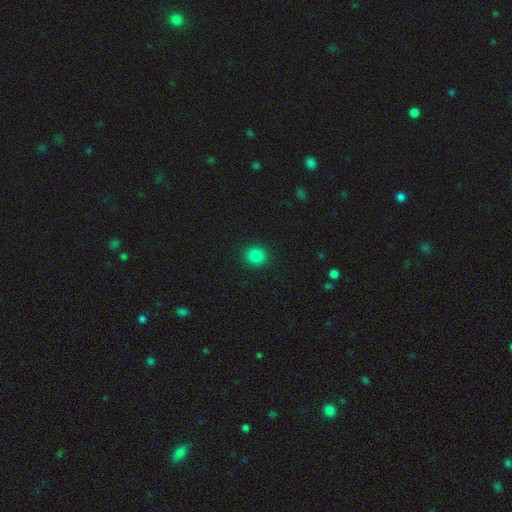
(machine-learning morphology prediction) smooth_or_featured: smooth (p=0.85) [alt: star or artifact p=0.12]
how_rounded: round (p=0.88) [alt: in between p=0.11]
merging: none (p=0.92) [alt: minor disturbance p=0.06]